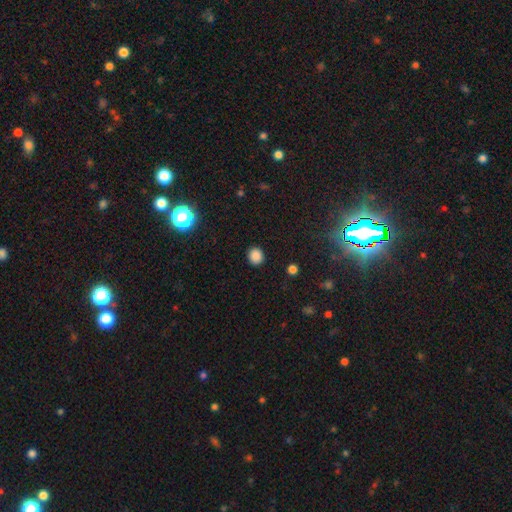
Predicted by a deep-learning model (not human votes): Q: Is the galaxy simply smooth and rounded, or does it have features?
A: smooth — 86%.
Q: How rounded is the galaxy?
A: round — 86%.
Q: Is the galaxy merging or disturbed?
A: none — 91%.